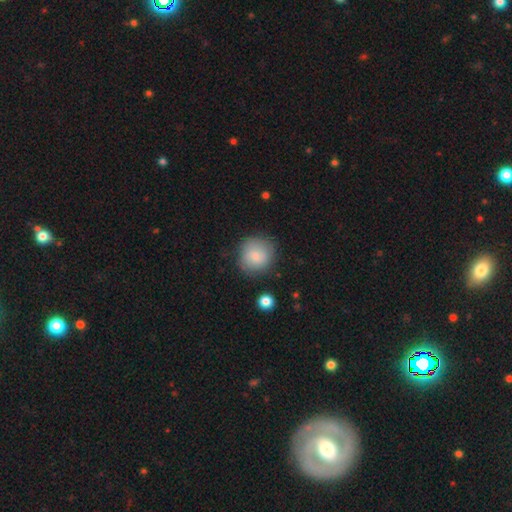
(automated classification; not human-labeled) Smooth or featured? Predicted: smooth (p=0.77). How rounded? Predicted: round (p=0.87). Merging? Predicted: none (p=0.76).